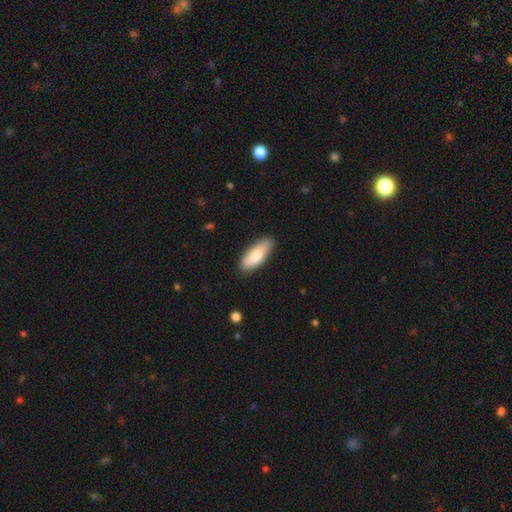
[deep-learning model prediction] smooth-or-featured: smooth: 77% | featured or disk: 18% | star or artifact: 5%
  how-rounded: in between: 70% | cigar-shaped: 28% | round: 2%
  merging: none: 84% | minor disturbance: 12% | major disturbance: 2% | merger: 1%